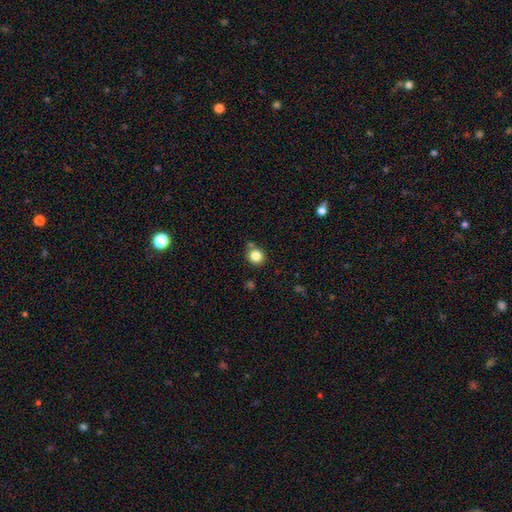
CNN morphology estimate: Overall: smooth (83%). How rounded: round (88%). Merging: none (77%).